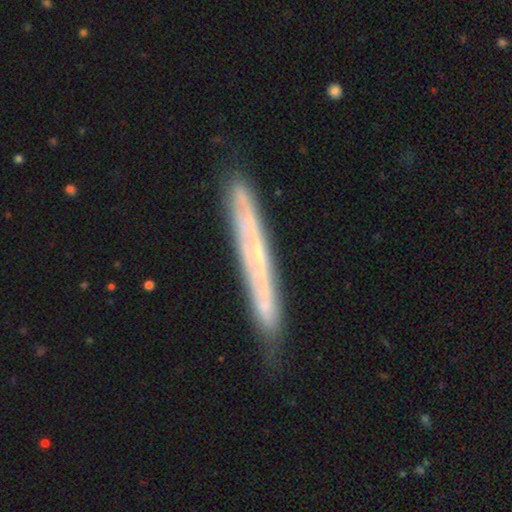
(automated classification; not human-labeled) A featured or disk galaxy (65%) viewed edge-on (80%) with no central bulge (73%). Merging: none (80%).